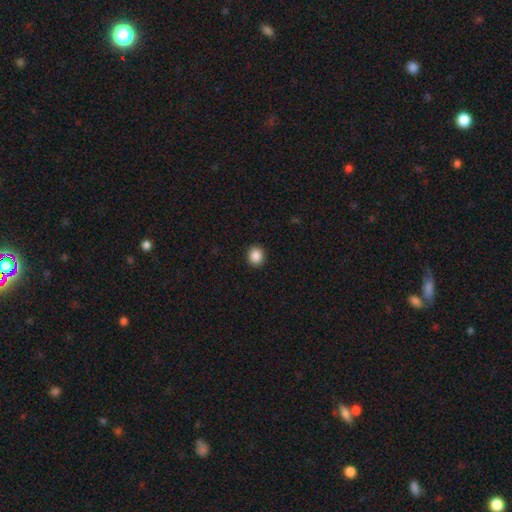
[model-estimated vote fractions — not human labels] Smooth or featured: smooth — 88% (star or artifact — 9%)
How rounded: round — 75% (in between — 24%)
Merging: none — 91% (minor disturbance — 6%)